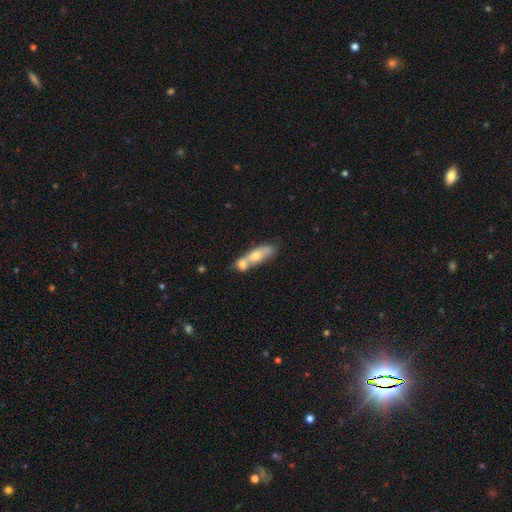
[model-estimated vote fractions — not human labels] A smooth galaxy with no disk features (58%) that is in between round and cigar-shaped (52%).

Vote fractions:
- Smooth or featured? smooth: 58% / featured or disk: 35% / star or artifact: 7%
- How rounded? in between: 52% / cigar-shaped: 43% / round: 5%
- Merging? merger: 59% / none: 26% / minor disturbance: 10% / major disturbance: 5%